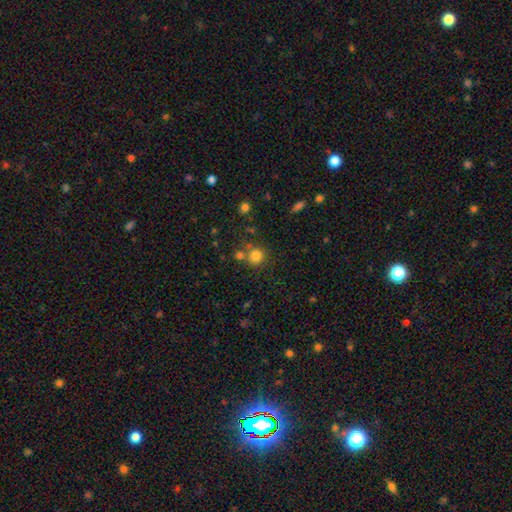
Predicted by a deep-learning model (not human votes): Overall: smooth (80%). How rounded: round (90%). Merging: none (70%).